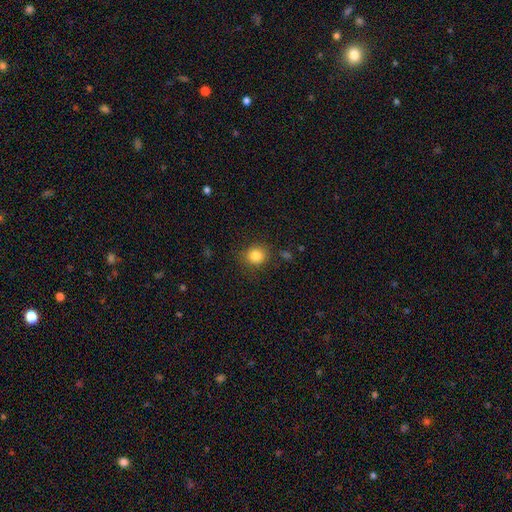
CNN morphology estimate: smooth_or_featured: smooth (p=0.83) [alt: star or artifact p=0.11]
how_rounded: round (p=0.82) [alt: in between p=0.18]
merging: none (p=0.84) [alt: minor disturbance p=0.11]